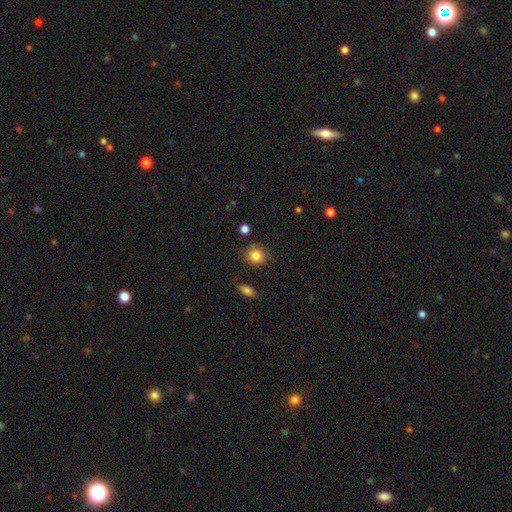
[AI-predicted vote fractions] Overall: smooth (84%). How rounded: round (83%). Merging: none (82%).